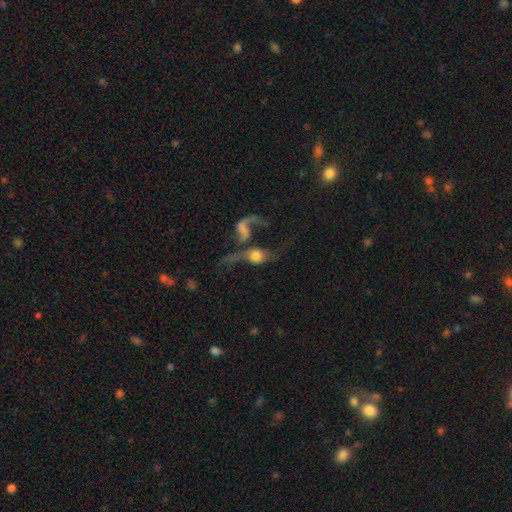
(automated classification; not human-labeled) Overall: featured or disk (54%; smooth 36%). Edge-on disk: no (88%). Merging: merger (57%; major disturbance 20%).